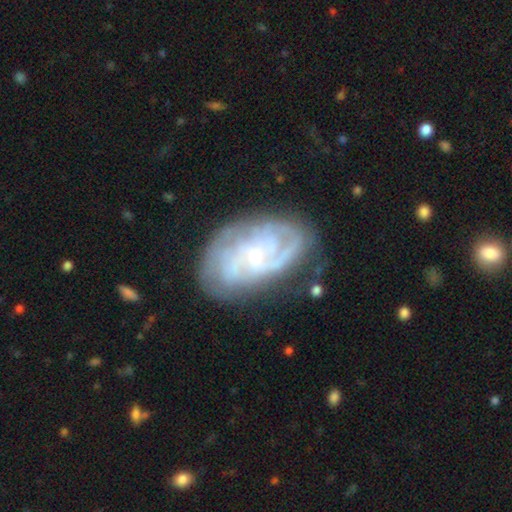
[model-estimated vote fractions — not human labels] Smooth or featured? Predicted: featured or disk (p=0.81). Edge-on disk? Predicted: no (p=0.96). Bar? Predicted: no (p=0.63). Spiral arms? Predicted: yes (p=0.90). Spiral winding? Predicted: tight (p=0.54). Spiral arm count? Predicted: can't tell (p=0.39). Bulge size? Predicted: small (p=0.72). Merging? Predicted: none (p=0.66).